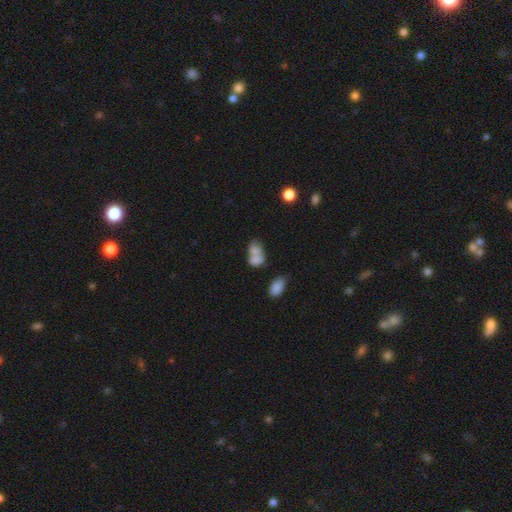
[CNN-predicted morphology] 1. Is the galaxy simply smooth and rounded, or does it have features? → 70% smooth, 19% featured or disk, 10% star or artifact.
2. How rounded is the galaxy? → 77% in between, 21% round, 2% cigar-shaped.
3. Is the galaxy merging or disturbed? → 59% merger, 21% none, 12% minor disturbance, 8% major disturbance.